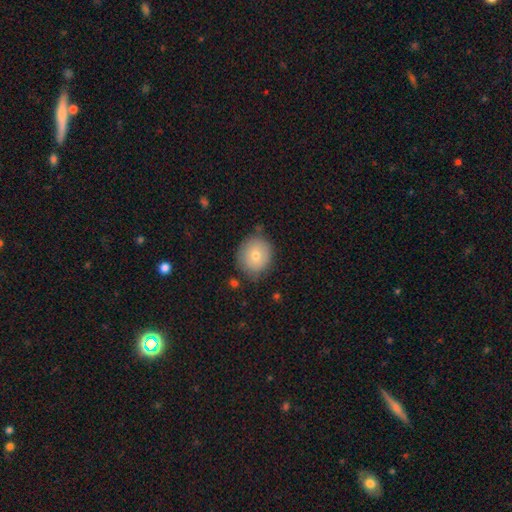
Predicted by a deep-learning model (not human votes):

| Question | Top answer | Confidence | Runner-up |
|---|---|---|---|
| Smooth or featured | smooth | 73% | featured or disk (18%) |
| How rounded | round | 82% | in between (17%) |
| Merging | none | 78% | minor disturbance (16%) |